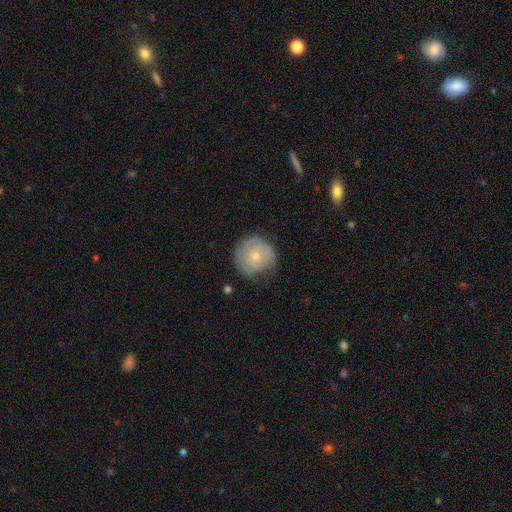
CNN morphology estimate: Smooth or featured?
  - smooth: 55% *
  - featured or disk: 38%
  - star or artifact: 7%
How rounded?
  - round: 89% *
  - in between: 10%
  - cigar-shaped: 1%
Merging?
  - none: 63% *
  - minor disturbance: 27%
  - major disturbance: 8%
  - merger: 2%